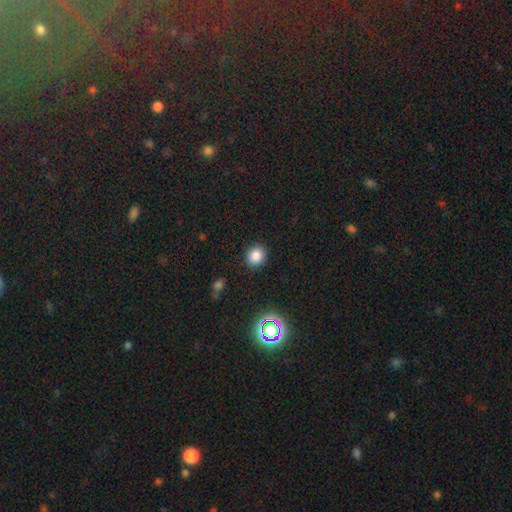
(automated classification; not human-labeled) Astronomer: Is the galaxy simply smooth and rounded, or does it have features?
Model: smooth — 83%.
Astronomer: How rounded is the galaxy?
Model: round — 83%.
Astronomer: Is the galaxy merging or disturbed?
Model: none — 89%.